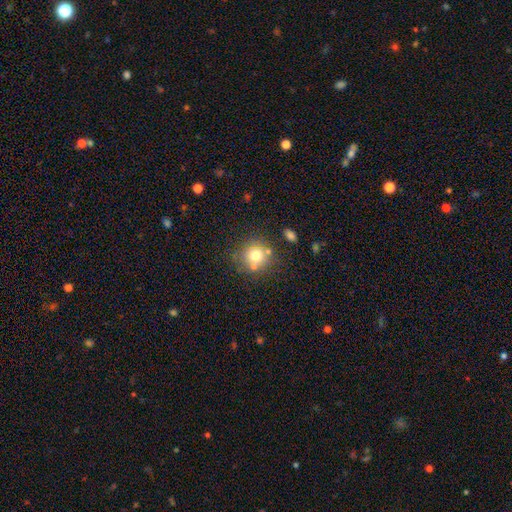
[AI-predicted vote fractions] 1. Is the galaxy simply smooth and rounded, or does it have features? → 71% smooth, 16% featured or disk, 13% star or artifact.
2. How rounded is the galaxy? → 89% round, 10% in between, 1% cigar-shaped.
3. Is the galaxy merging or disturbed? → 68% none, 15% merger, 12% minor disturbance, 4% major disturbance.